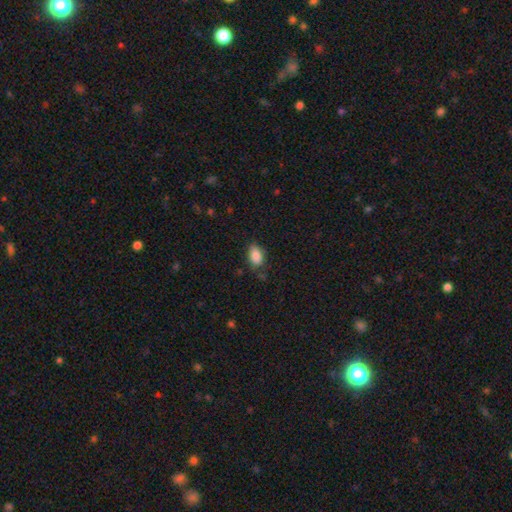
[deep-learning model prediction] Smooth or featured: smooth — 86% (star or artifact — 8%)
How rounded: in between — 89% (round — 9%)
Merging: none — 71% (minor disturbance — 22%)